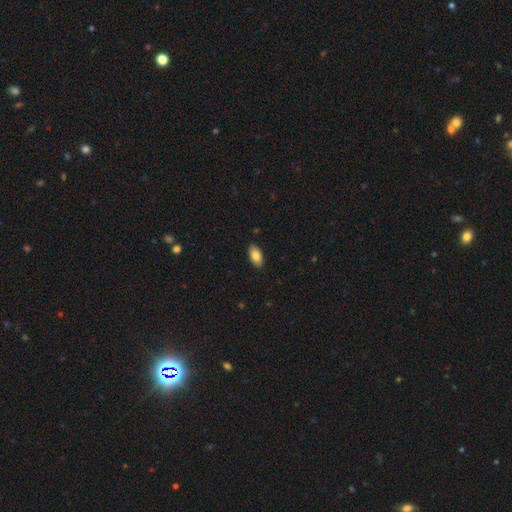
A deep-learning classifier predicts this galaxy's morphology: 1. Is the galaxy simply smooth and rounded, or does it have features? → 82% smooth, 11% featured or disk, 7% star or artifact.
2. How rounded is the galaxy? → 93% in between, 4% cigar-shaped, 3% round.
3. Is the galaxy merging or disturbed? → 89% none, 8% minor disturbance, 2% major disturbance, 1% merger.